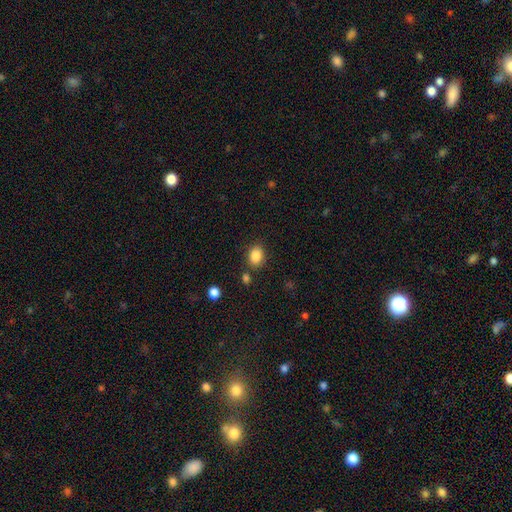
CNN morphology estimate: Q: Smooth or featured?
A: smooth (86%); runner-up: star or artifact (9%)
Q: How rounded?
A: in between (62%); runner-up: round (37%)
Q: Merging?
A: none (80%); runner-up: minor disturbance (11%)